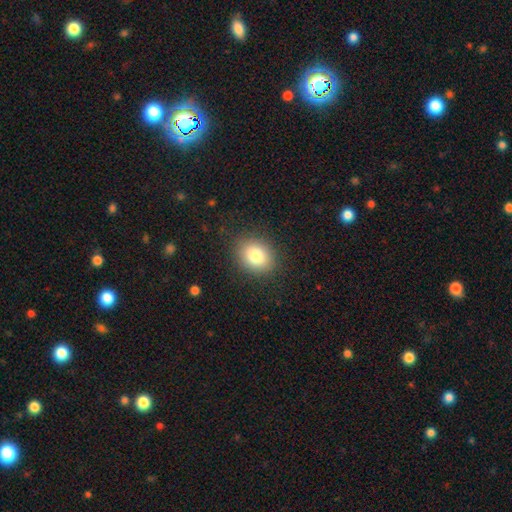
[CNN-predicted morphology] smooth-or-featured: smooth: 81% | star or artifact: 10% | featured or disk: 8%
  how-rounded: round: 54% | in between: 45% | cigar-shaped: 1%
  merging: none: 87% | minor disturbance: 9% | major disturbance: 3% | merger: 1%